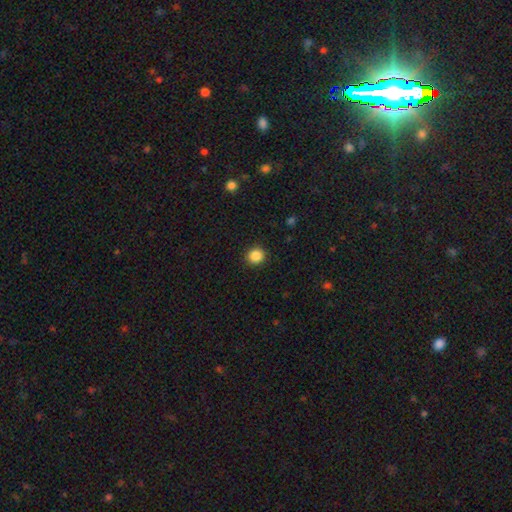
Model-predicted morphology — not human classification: Smooth or featured?
  - smooth: 86% *
  - star or artifact: 10%
  - featured or disk: 3%
How rounded?
  - round: 90% *
  - in between: 9%
  - cigar-shaped: 1%
Merging?
  - none: 91% *
  - minor disturbance: 6%
  - major disturbance: 2%
  - merger: 1%